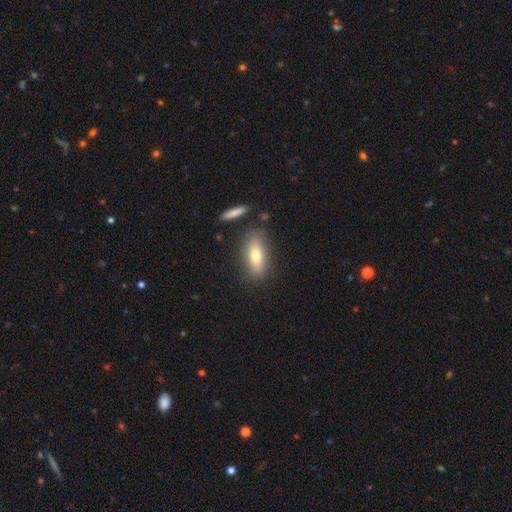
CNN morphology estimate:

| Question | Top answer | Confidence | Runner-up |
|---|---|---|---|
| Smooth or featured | smooth | 68% | featured or disk (24%) |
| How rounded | in between | 69% | cigar-shaped (27%) |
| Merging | none | 80% | minor disturbance (12%) |